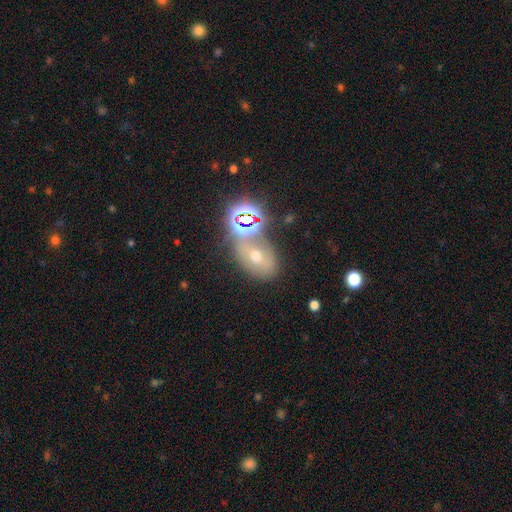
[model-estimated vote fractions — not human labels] Smooth or featured?
  - star or artifact: 40% *
  - smooth: 33%
  - featured or disk: 27%